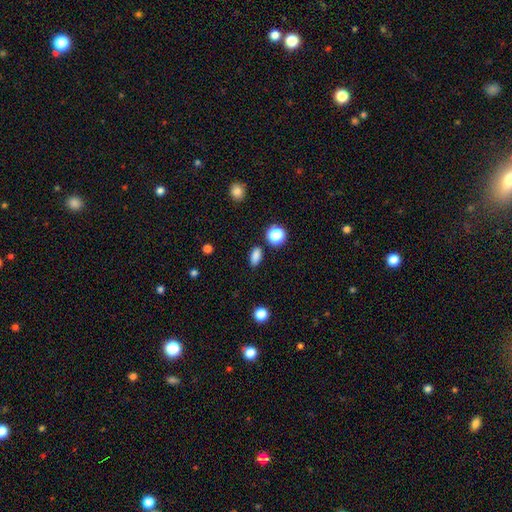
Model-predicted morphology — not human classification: Smooth or featured? Predicted: smooth (p=0.84). How rounded? Predicted: in between (p=0.80). Merging? Predicted: none (p=0.85).